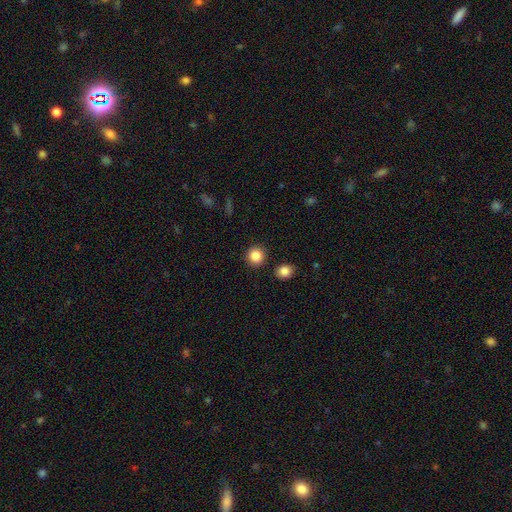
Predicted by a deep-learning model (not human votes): This is clearly a smooth galaxy (86%). How rounded: clearly round (91%). Merging: clearly none (89%).